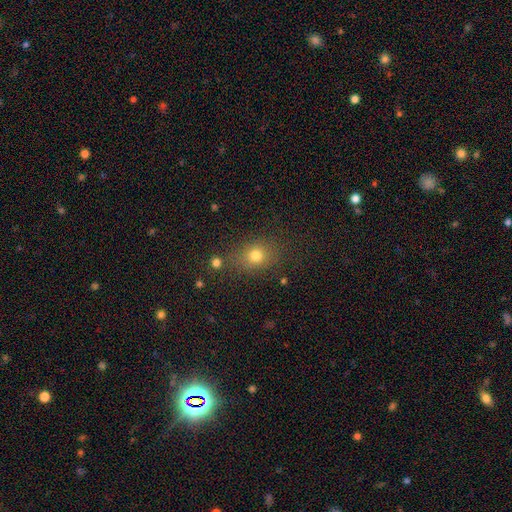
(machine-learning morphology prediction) Smooth or featured? smooth (75%)
How rounded? round (59%)
Merging? none (74%)